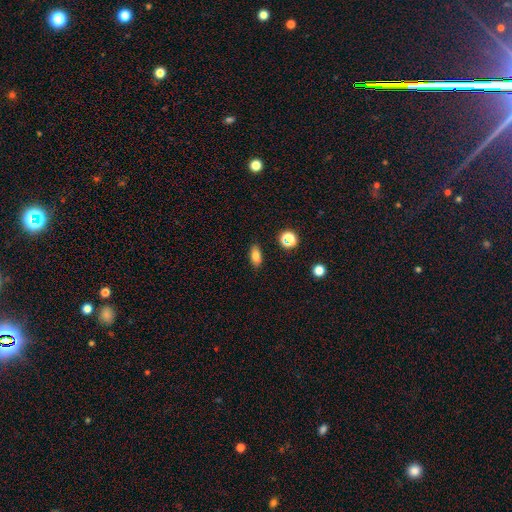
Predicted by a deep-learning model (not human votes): Morphology: type=smooth (78%); roundness=in between (83%); merging=none (87%).